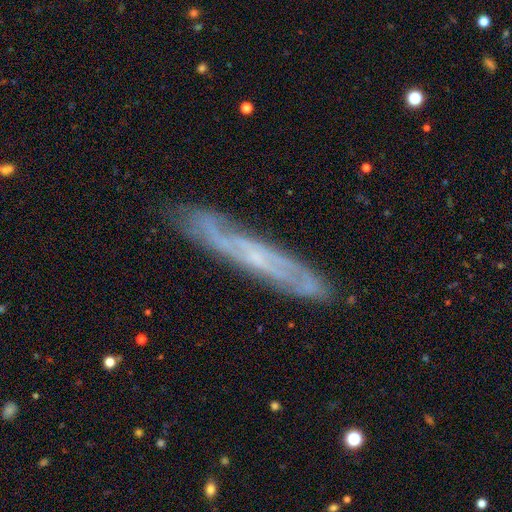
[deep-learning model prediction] smooth-or-featured: featured or disk: 74% | smooth: 18% | star or artifact: 8%
  disk-edge-on: yes: 56% | no: 44%
  merging: none: 82% | minor disturbance: 14% | major disturbance: 3% | merger: 2%